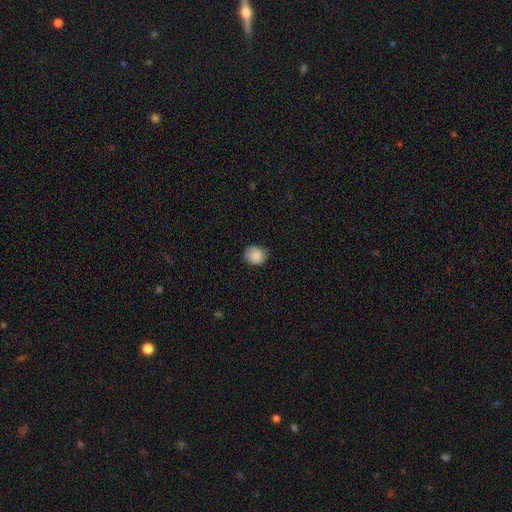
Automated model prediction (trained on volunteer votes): Smooth or featured? Predicted: smooth (p=0.86). How rounded? Predicted: round (p=0.78). Merging? Predicted: none (p=0.80).